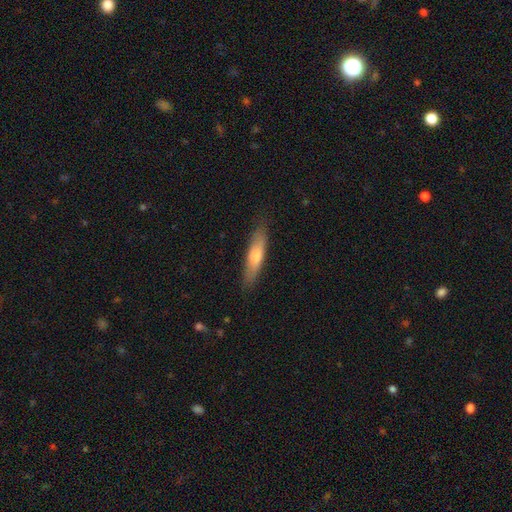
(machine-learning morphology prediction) smooth 64%, featured or disk 30%, star or artifact 6%. Down the decision tree: how rounded — cigar-shaped (78%); merging — none (84%).